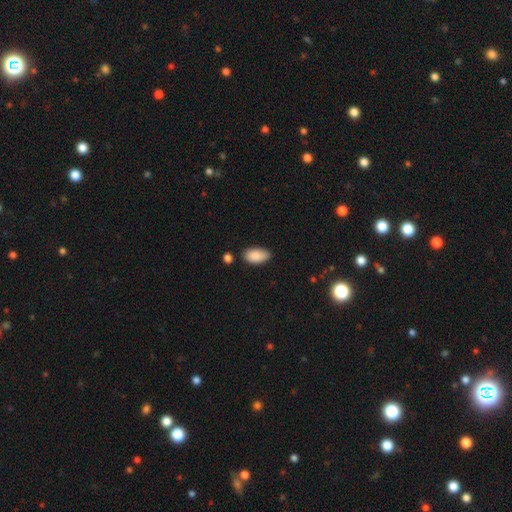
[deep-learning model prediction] smooth_or_featured: smooth (p=0.89) [alt: star or artifact p=0.07]
how_rounded: in between (p=0.94) [alt: round p=0.03]
merging: none (p=0.75) [alt: minor disturbance p=0.18]